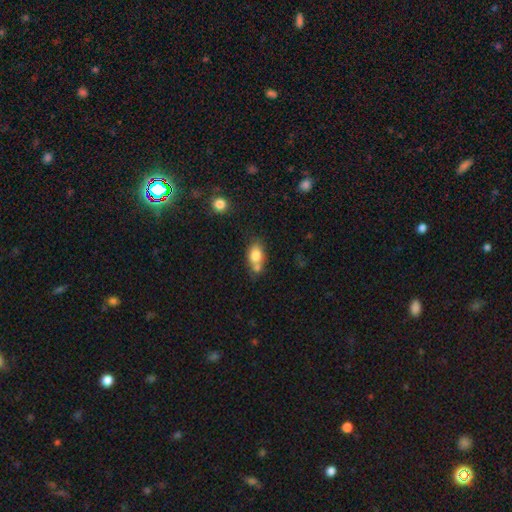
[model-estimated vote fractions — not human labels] smooth-or-featured: smooth: 77% | featured or disk: 14% | star or artifact: 9%
  how-rounded: in between: 74% | round: 23% | cigar-shaped: 3%
  merging: none: 40% (tied) | merger: 40% (tied) | minor disturbance: 15% | major disturbance: 5%